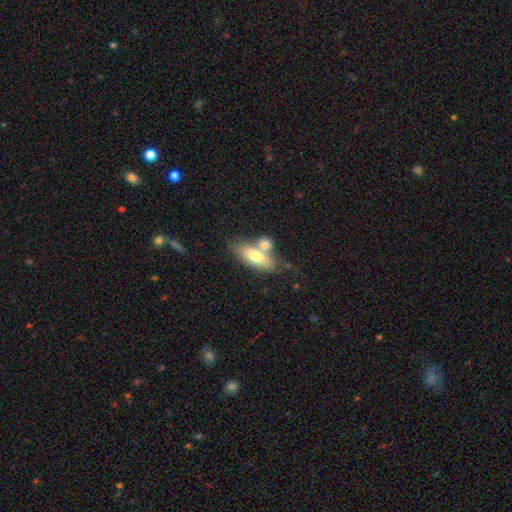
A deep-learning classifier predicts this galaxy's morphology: type=smooth (69%); roundness=in between (76%); merging=none (43%).